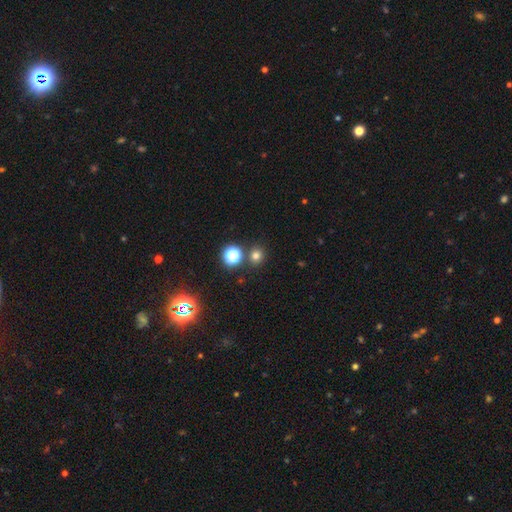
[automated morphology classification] Smooth or featured? smooth (74%)
How rounded? round (86%)
Merging? none (81%)